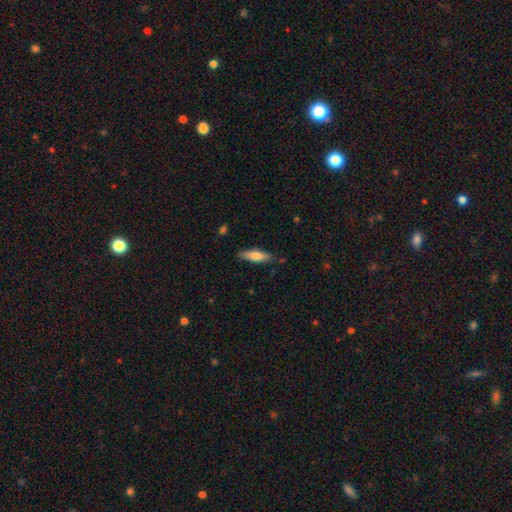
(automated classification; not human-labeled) The model was most divided on "how rounded": cigar-shaped: 60%, in between: 39%, round: 2%. More confident: merging — none (83%); smooth or featured — smooth (69%).